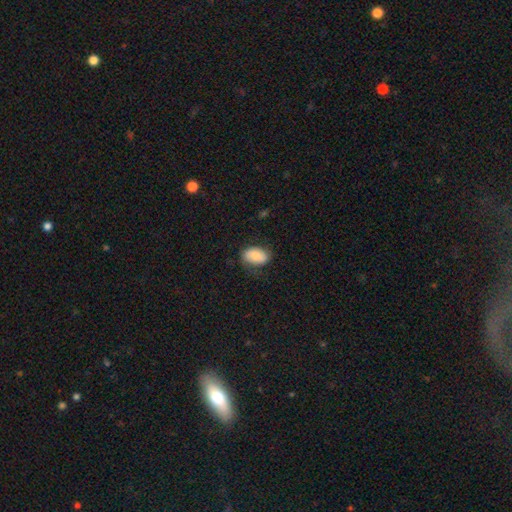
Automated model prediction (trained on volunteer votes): Smooth or featured?
  - smooth: 75% *
  - featured or disk: 18%
  - star or artifact: 7%
How rounded?
  - in between: 88% *
  - round: 11%
  - cigar-shaped: 1%
Merging?
  - none: 75% *
  - minor disturbance: 19%
  - major disturbance: 5%
  - merger: 1%